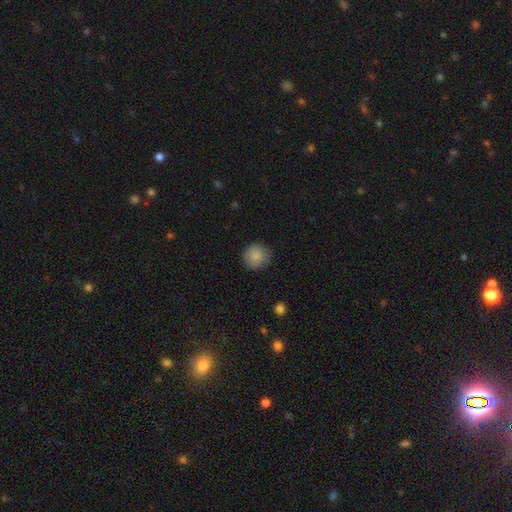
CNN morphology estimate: This is clearly a smooth galaxy (86%). How rounded: clearly round (91%). Merging: clearly none (84%).